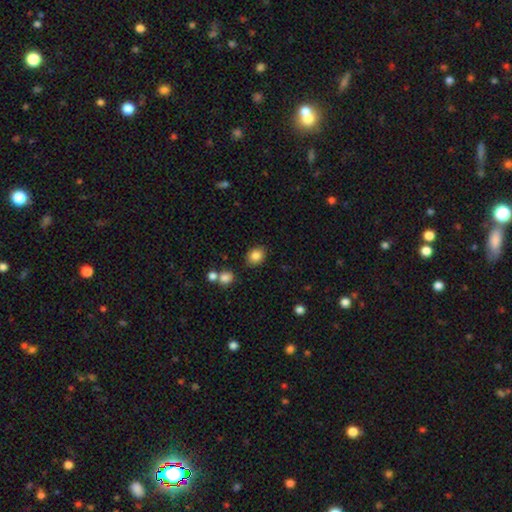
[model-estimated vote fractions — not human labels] Overall: smooth (84%). How rounded: round (54%; in between 45%). Merging: none (84%).